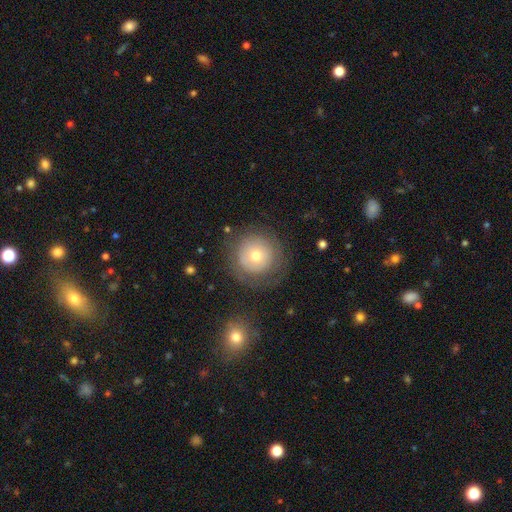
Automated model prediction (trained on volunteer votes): Q: Smooth or featured?
A: smooth (60%); runner-up: featured or disk (31%)
Q: How rounded?
A: round (94%); runner-up: in between (5%)
Q: Merging?
A: none (74%); runner-up: minor disturbance (14%)